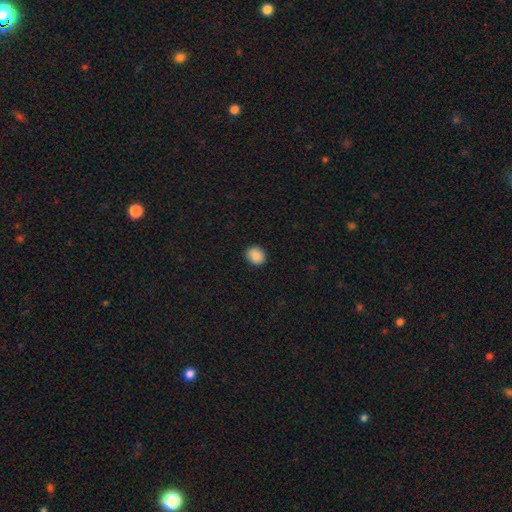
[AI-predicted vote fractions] smooth_or_featured: smooth (p=0.89) [alt: star or artifact p=0.08]
how_rounded: round (p=0.77) [alt: in between p=0.22]
merging: none (p=0.90) [alt: minor disturbance p=0.07]